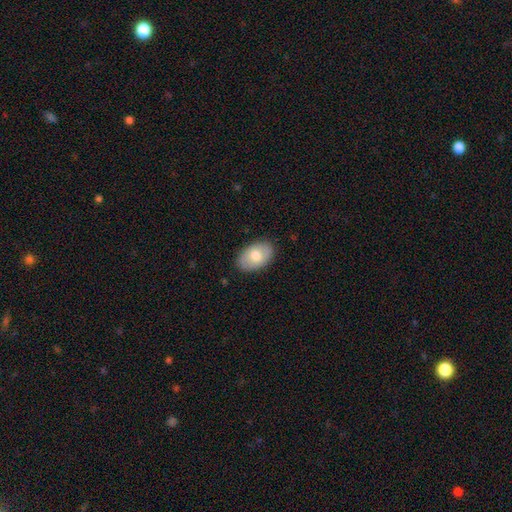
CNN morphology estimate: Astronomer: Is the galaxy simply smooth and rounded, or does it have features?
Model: smooth — 74%.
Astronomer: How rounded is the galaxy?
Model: in between — 92%.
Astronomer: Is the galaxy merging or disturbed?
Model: none — 86%.